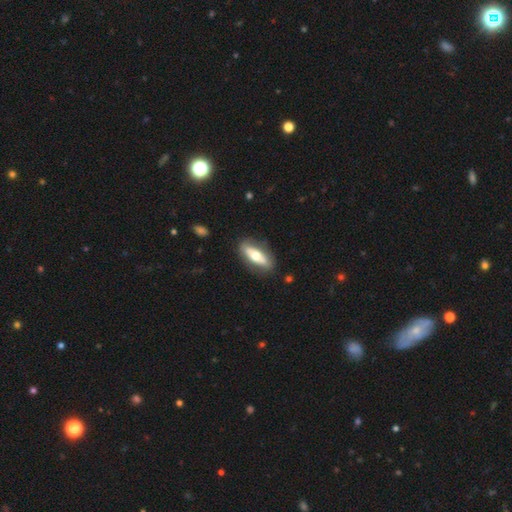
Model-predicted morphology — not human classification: Overall: smooth (50%; featured or disk 45%). Merging: none (82%).